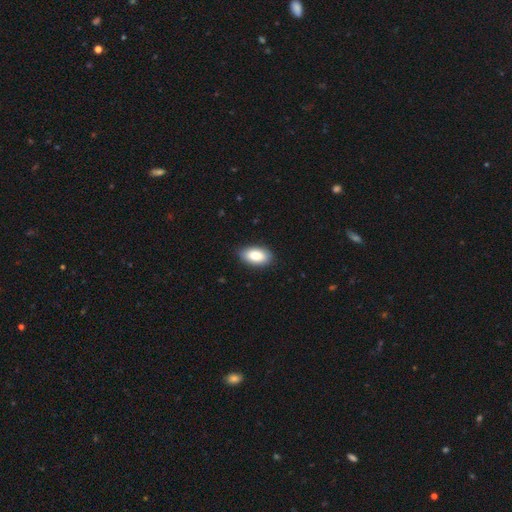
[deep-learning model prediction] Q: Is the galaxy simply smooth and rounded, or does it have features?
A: smooth — 87%.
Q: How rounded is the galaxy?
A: in between — 94%.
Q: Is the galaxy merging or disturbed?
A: none — 87%.